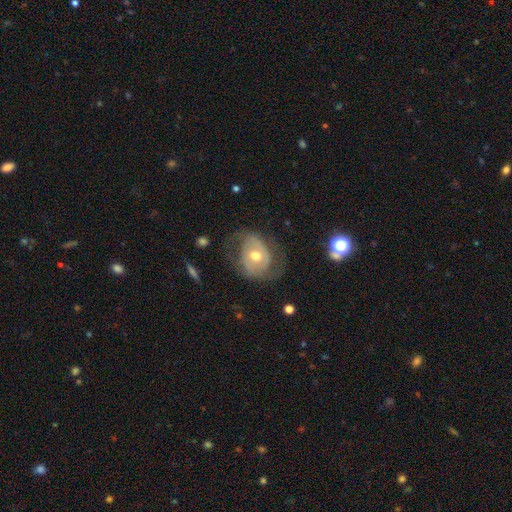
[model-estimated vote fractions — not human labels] A featured or disk galaxy (68%) with no bar (58%), spiral arms (73%) and a moderate central bulge (69%). Merging: none (56%).